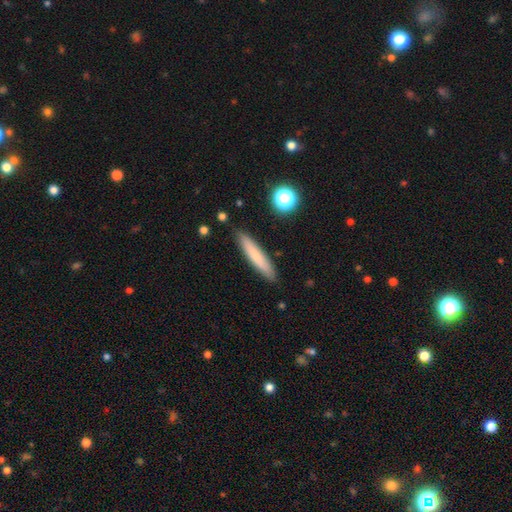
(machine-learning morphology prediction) Q: Smooth or featured?
A: smooth (70%); runner-up: featured or disk (23%)
Q: How rounded?
A: cigar-shaped (90%); runner-up: in between (9%)
Q: Merging?
A: none (89%); runner-up: minor disturbance (8%)